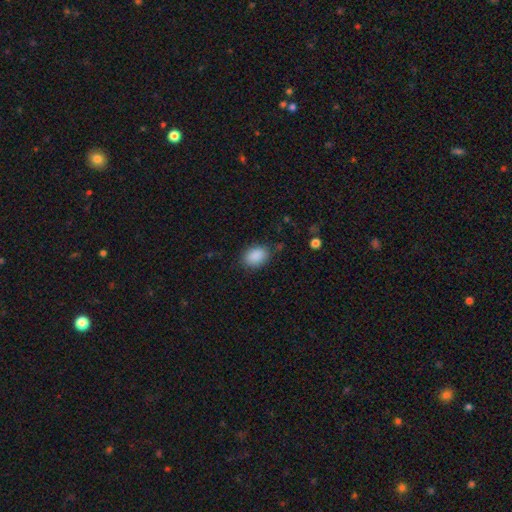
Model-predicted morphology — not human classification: The model was most divided on "how rounded": in between: 77%, round: 22%, cigar-shaped: 1%. More confident: smooth or featured — smooth (89%); merging — none (80%).